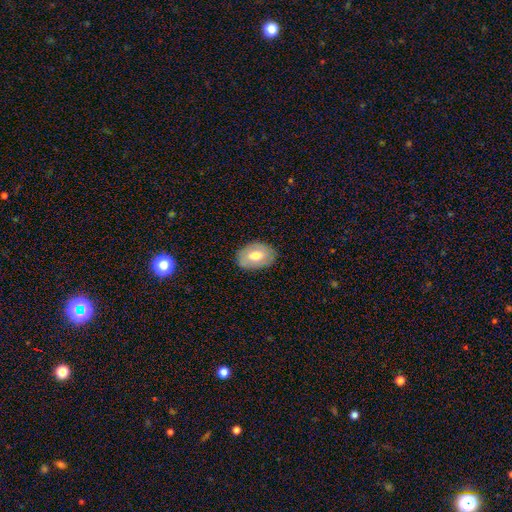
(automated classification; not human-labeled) The model was most divided on "smooth or featured": smooth: 64%, featured or disk: 29%, star or artifact: 7%. More confident: merging — none (83%); how rounded — in between (83%).